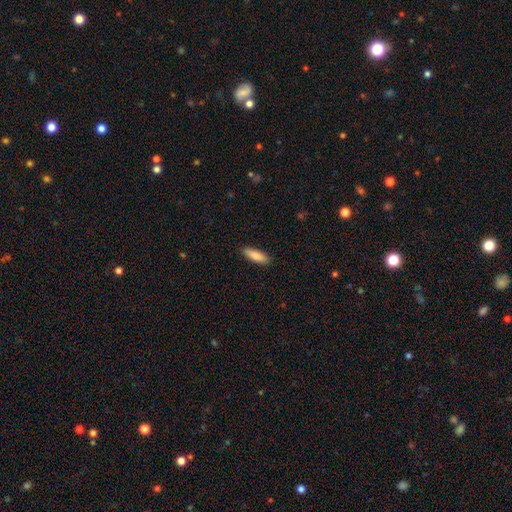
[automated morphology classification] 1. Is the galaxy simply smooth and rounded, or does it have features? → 86% smooth, 8% featured or disk, 6% star or artifact.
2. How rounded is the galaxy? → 51% cigar-shaped, 48% in between, 2% round.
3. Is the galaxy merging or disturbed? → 90% none, 8% minor disturbance, 2% major disturbance, 1% merger.